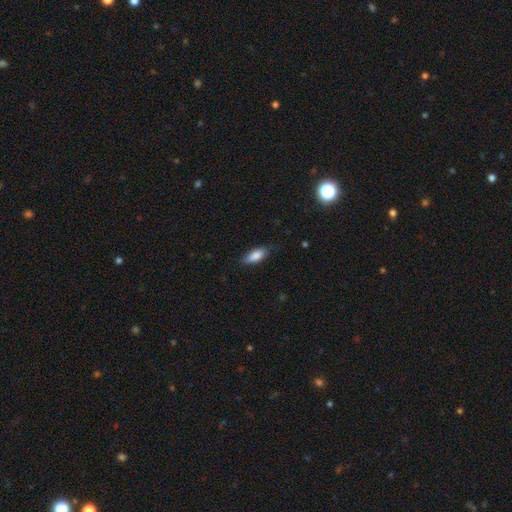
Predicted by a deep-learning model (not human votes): Q: Smooth or featured?
A: smooth (86%); runner-up: featured or disk (8%)
Q: How rounded?
A: in between (78%); runner-up: cigar-shaped (19%)
Q: Merging?
A: none (78%); runner-up: minor disturbance (18%)